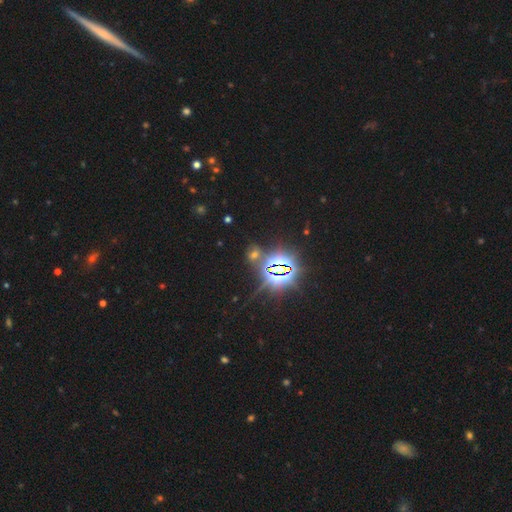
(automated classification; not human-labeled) A star or artifact, not a galaxy (82%).

Vote fractions:
- Smooth or featured? star or artifact: 82% / smooth: 11% / featured or disk: 7%